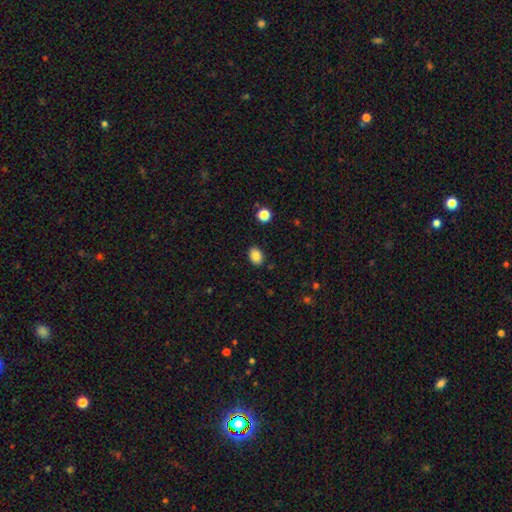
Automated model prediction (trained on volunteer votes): This appears to be a smooth galaxy with no disk features (85%) that is in between round and cigar-shaped (73%). Merging: none (87%).